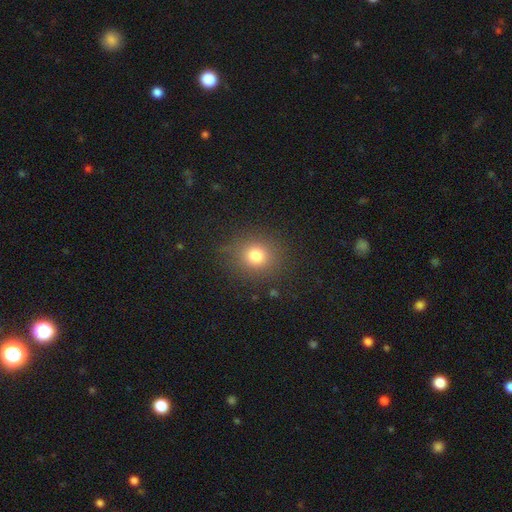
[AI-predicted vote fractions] Smooth or featured? Predicted: smooth (p=0.77). How rounded? Predicted: round (p=0.85). Merging? Predicted: none (p=0.86).